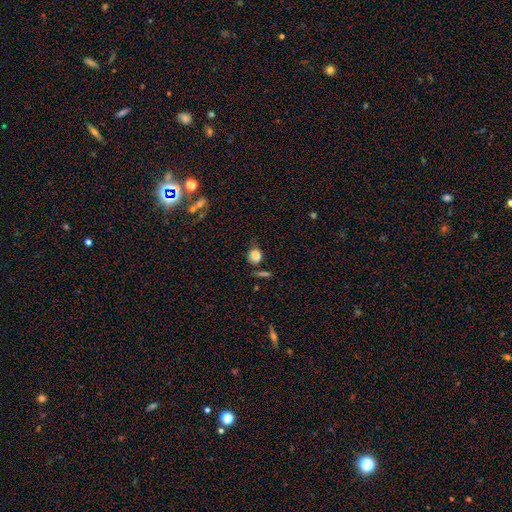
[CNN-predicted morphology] Smooth or featured? Predicted: smooth (p=0.82). How rounded? Predicted: round (p=0.71). Merging? Predicted: none (p=0.63).